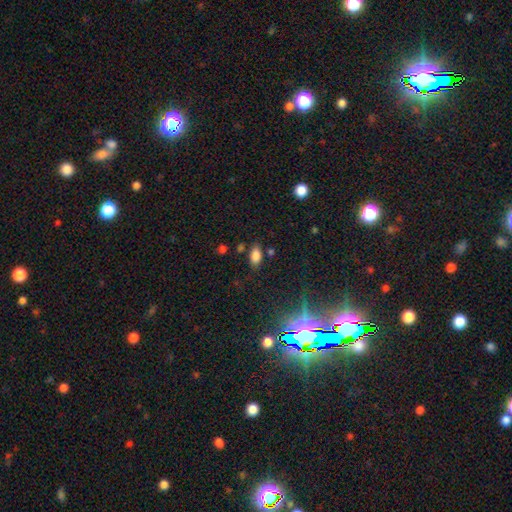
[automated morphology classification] smooth 82%, star or artifact 12%, featured or disk 5%. Down the decision tree: how rounded — in between (91%); merging — none (79%).